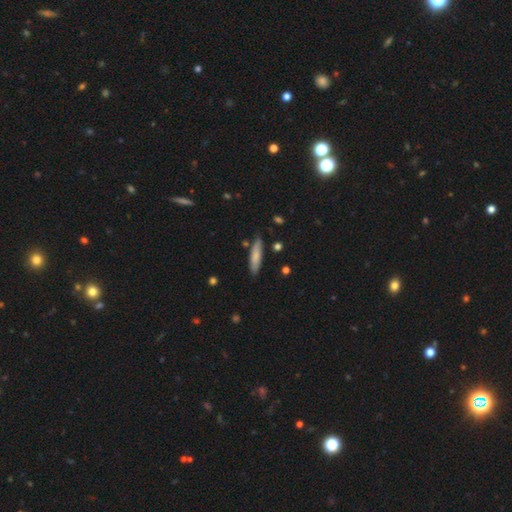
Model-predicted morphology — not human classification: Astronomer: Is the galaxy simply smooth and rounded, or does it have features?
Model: smooth — 76%.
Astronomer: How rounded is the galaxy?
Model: cigar-shaped — 76%.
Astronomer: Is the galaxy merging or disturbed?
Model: none — 83%.